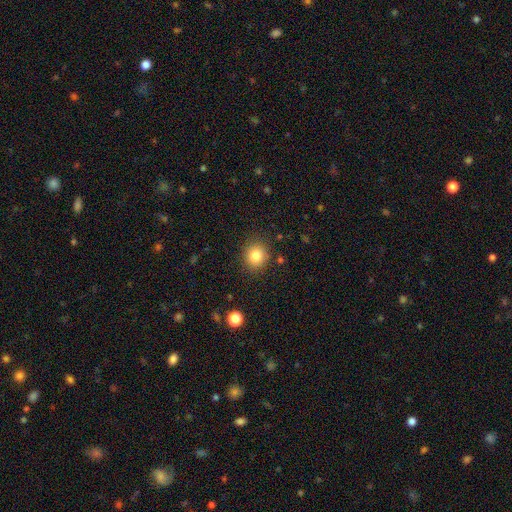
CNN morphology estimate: type=smooth (83%); roundness=round (83%); merging=none (87%).